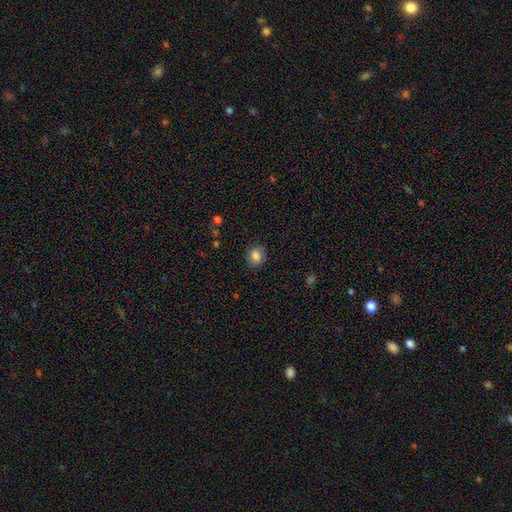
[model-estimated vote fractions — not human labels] Smooth or featured: smooth — 84% (star or artifact — 9%)
How rounded: round — 60% (in between — 39%)
Merging: none — 86% (minor disturbance — 10%)